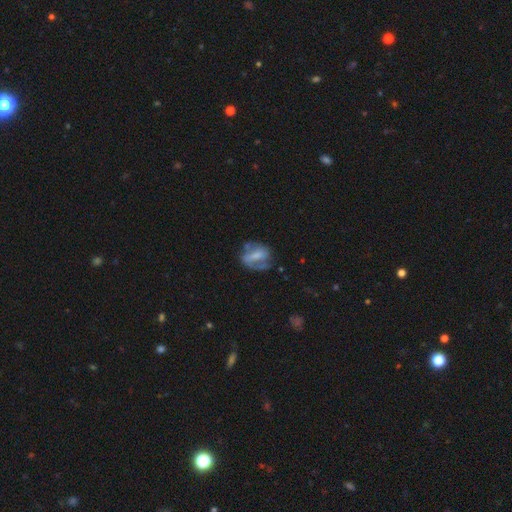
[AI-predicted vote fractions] Overall: featured or disk (57%; smooth 35%). Edge-on disk: no (95%). Bar: weak (38%; strong 35%). Spiral arms: yes (59%; no 41%). Bulge size: moderate (33%; small 30%). Merging: none (51%; minor disturbance 26%).